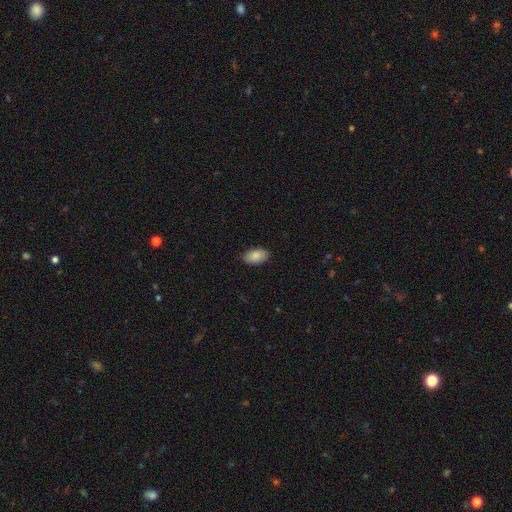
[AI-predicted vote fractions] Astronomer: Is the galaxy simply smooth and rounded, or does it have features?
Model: smooth — 87%.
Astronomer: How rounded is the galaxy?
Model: in between — 94%.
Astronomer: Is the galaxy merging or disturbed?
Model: none — 87%.